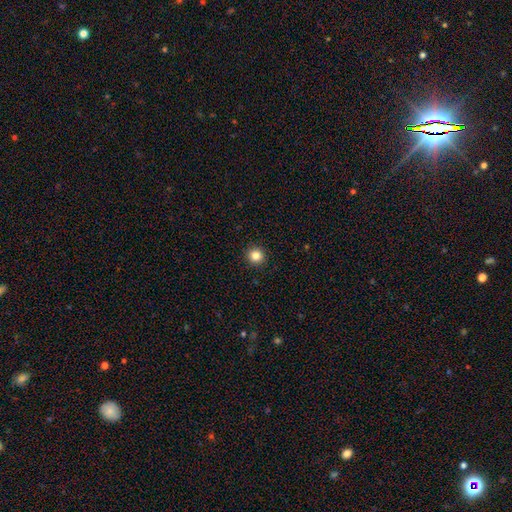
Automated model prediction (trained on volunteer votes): smooth_or_featured: smooth (p=0.84) [alt: star or artifact p=0.11]
how_rounded: round (p=0.95) [alt: in between p=0.04]
merging: none (p=0.94) [alt: minor disturbance p=0.04]